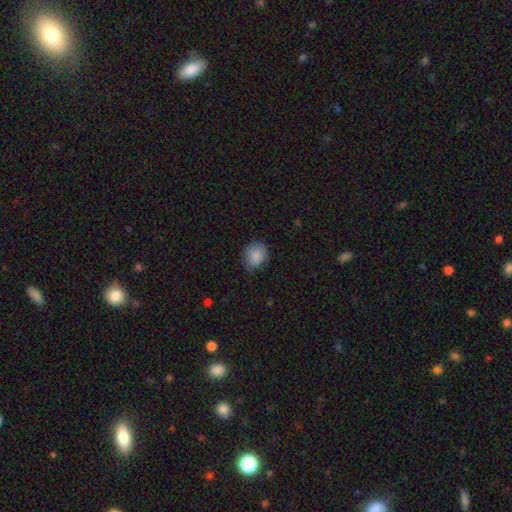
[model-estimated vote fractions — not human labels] This is clearly a smooth galaxy (87%). How rounded: likely round (60%). Merging: likely none (71%).